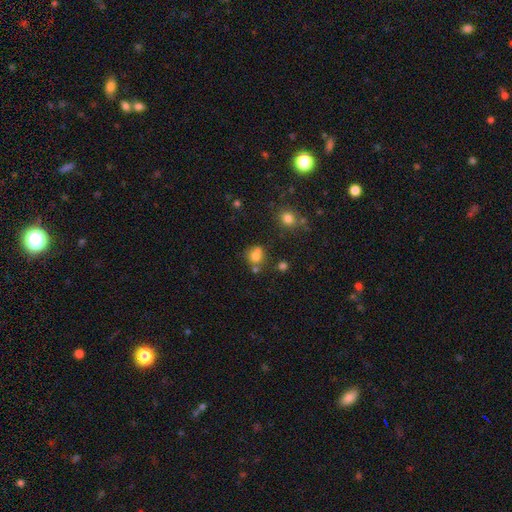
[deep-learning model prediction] Smooth or featured: smooth — 73% (star or artifact — 15%)
How rounded: round — 76% (in between — 23%)
Merging: none — 49% (merger — 30%)